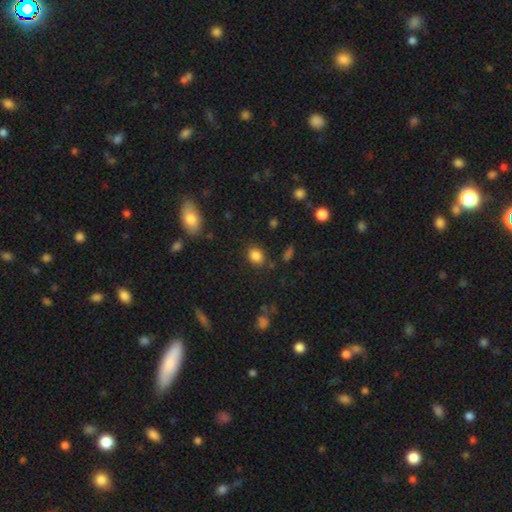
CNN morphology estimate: Smooth or featured? smooth (83%)
How rounded? in between (51%)
Merging? none (80%)